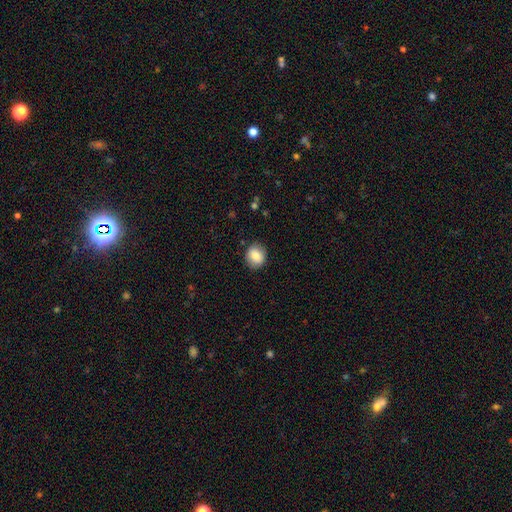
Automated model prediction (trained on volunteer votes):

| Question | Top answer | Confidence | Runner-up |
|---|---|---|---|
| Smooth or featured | smooth | 84% | star or artifact (8%) |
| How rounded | round | 70% | in between (29%) |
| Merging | none | 86% | minor disturbance (10%) |